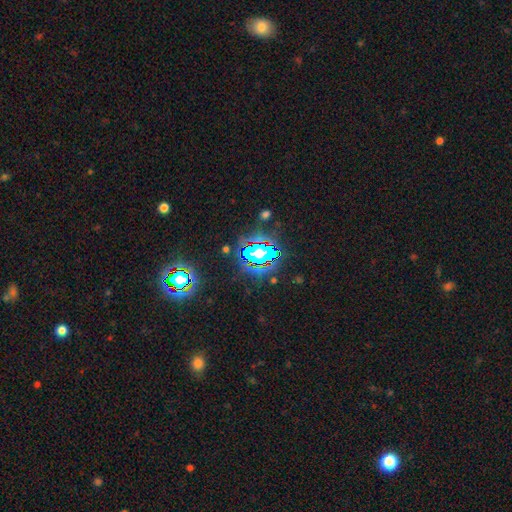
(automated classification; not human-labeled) smooth-or-featured: star or artifact: 79% | smooth: 12% | featured or disk: 9%